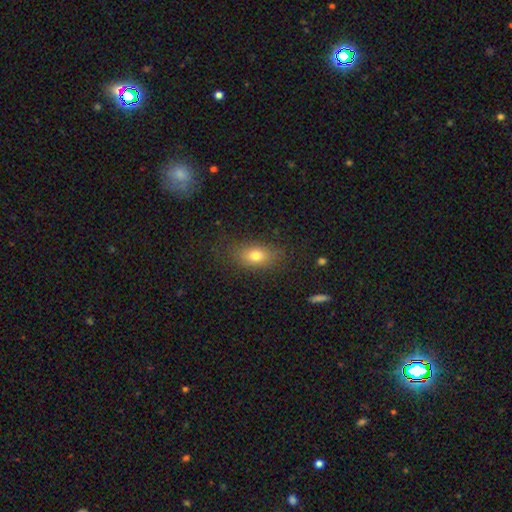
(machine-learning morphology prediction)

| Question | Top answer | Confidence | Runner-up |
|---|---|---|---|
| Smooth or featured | smooth | 76% | featured or disk (13%) |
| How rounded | in between | 79% | round (16%) |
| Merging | none | 78% | minor disturbance (14%) |